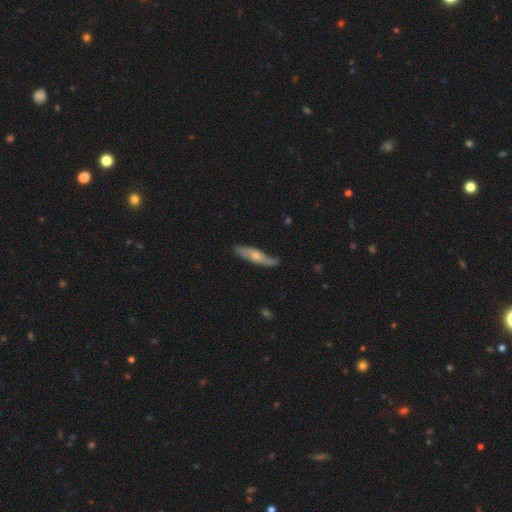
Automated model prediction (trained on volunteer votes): This appears to be a featured or disk galaxy (53%). Merging: none (71%).